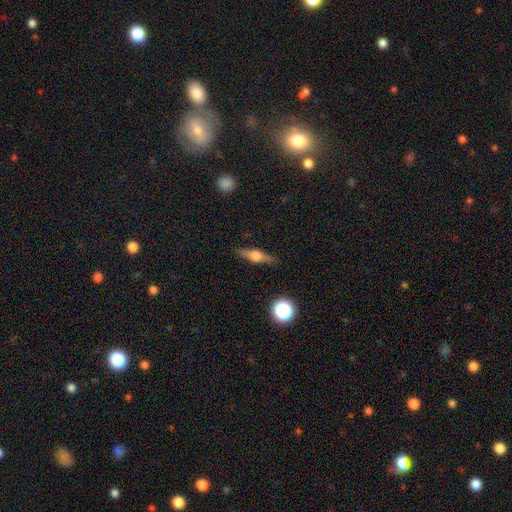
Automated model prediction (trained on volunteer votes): Smooth or featured?
  - featured or disk: 68% *
  - smooth: 24%
  - star or artifact: 8%
Edge-on disk?
  - yes: 96% *
  - no: 4%
Edge-on bulge?
  - rounded: 89% *
  - boxy: 9%
  - none: 2%
Merging?
  - none: 86% *
  - minor disturbance: 10%
  - major disturbance: 3%
  - merger: 1%